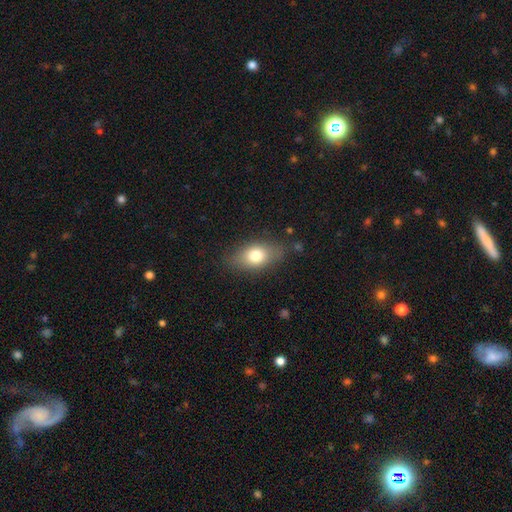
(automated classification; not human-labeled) Smooth or featured: smooth — 75% (featured or disk — 17%)
How rounded: in between — 82% (round — 13%)
Merging: none — 78% (minor disturbance — 15%)